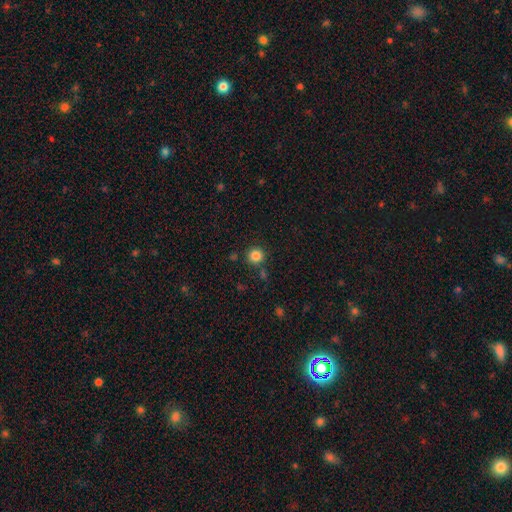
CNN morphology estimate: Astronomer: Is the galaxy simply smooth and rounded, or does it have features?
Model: smooth — 84%.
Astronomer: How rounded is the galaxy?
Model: round — 94%.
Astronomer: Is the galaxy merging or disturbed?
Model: none — 86%.